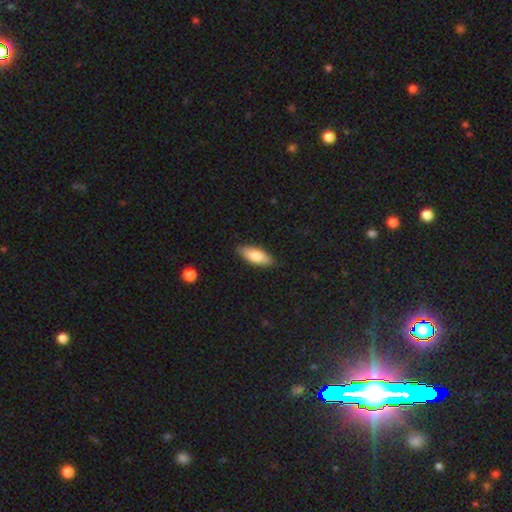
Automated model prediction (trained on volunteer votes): Q: Smooth or featured?
A: smooth (78%); runner-up: featured or disk (16%)
Q: How rounded?
A: in between (75%); runner-up: cigar-shaped (23%)
Q: Merging?
A: none (86%); runner-up: minor disturbance (11%)